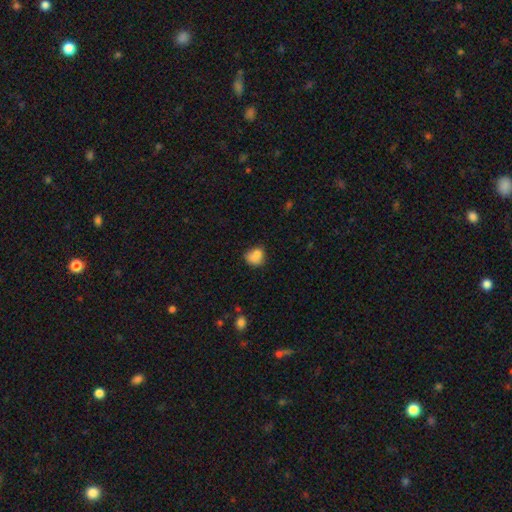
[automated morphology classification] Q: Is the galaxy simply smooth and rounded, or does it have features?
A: smooth — 80%.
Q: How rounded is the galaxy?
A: round — 60%.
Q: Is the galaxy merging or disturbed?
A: none — 49%.